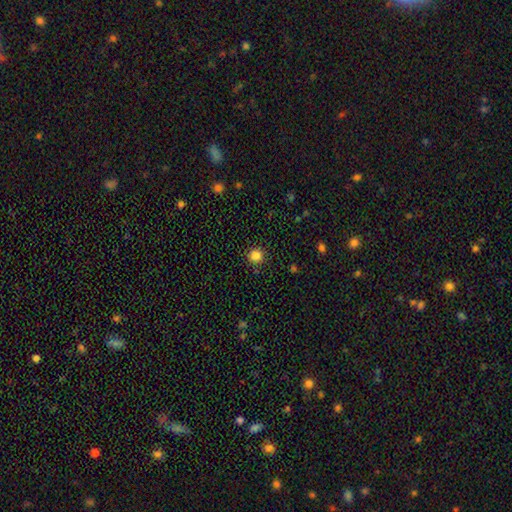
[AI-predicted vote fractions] smooth 84%, star or artifact 12%, featured or disk 4%. Down the decision tree: how rounded — round (94%); merging — none (91%).